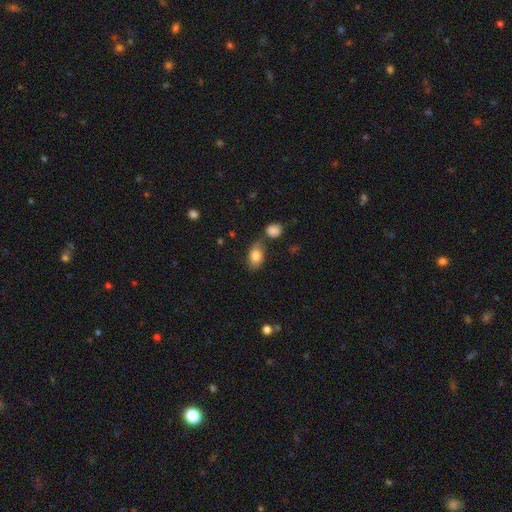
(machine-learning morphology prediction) Overall: smooth (82%). How rounded: in between (87%). Merging: none (62%).